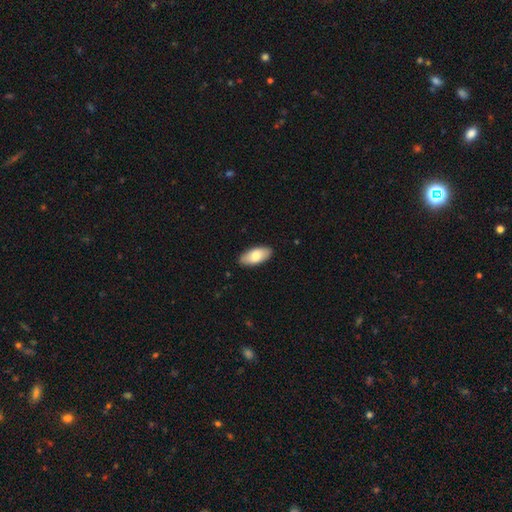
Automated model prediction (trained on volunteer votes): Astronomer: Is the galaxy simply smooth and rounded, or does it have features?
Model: smooth — 78%.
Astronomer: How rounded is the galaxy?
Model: in between — 92%.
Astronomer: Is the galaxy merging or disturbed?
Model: none — 89%.